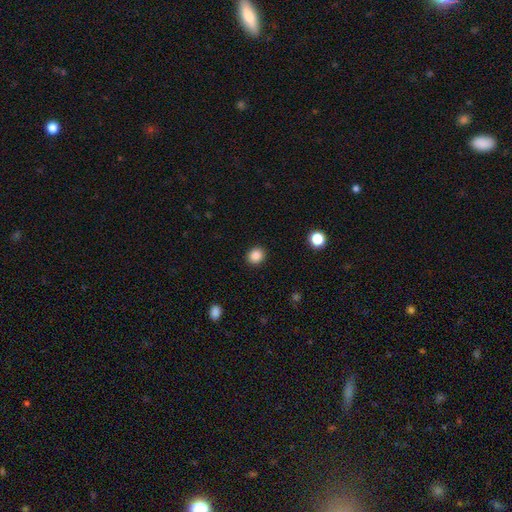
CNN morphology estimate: Smooth or featured?
  - smooth: 87% *
  - star or artifact: 10%
  - featured or disk: 3%
How rounded?
  - round: 77% *
  - in between: 22%
  - cigar-shaped: 1%
Merging?
  - none: 91% *
  - minor disturbance: 6%
  - major disturbance: 2%
  - merger: 1%